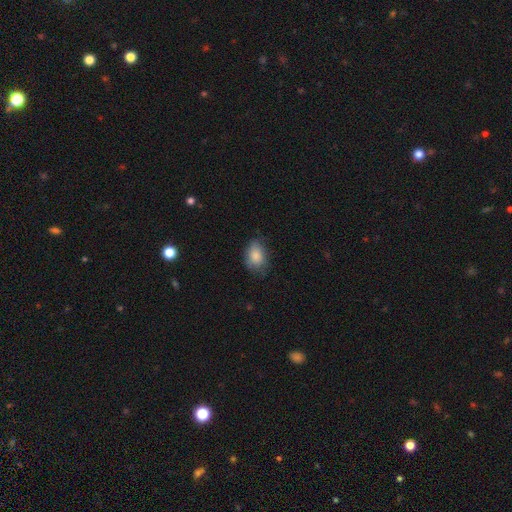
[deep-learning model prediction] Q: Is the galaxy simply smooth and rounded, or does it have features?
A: smooth — 85%.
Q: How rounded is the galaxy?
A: in between — 82%.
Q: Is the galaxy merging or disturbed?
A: none — 66%.